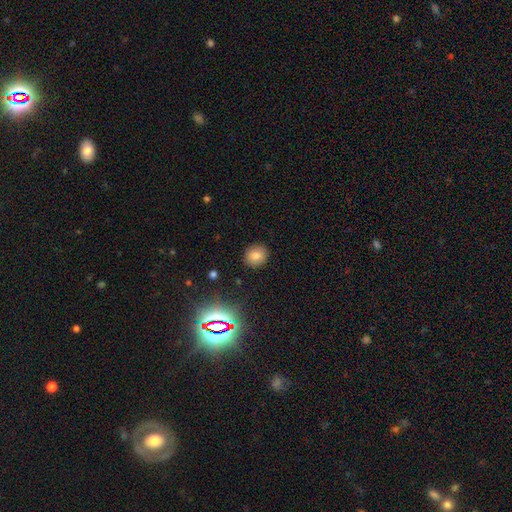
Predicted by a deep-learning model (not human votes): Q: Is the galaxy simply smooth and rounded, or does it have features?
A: smooth — 74%.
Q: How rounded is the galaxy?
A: round — 83%.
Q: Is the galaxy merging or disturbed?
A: none — 90%.